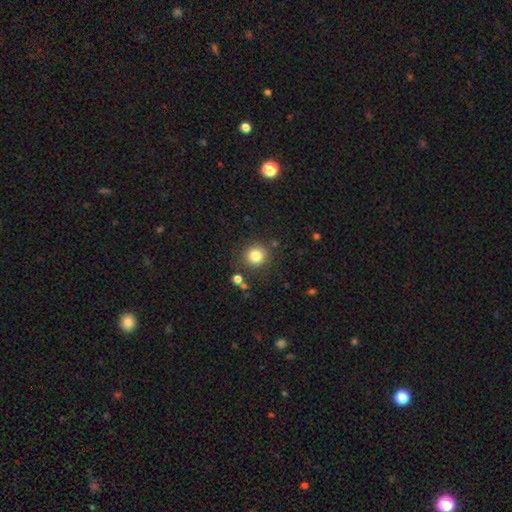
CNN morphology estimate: type=smooth (81%); roundness=round (92%); merging=none (84%).